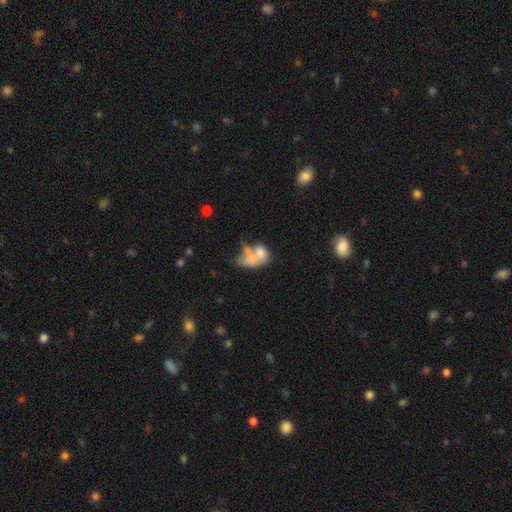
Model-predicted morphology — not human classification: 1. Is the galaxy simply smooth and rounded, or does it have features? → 64% smooth, 26% featured or disk, 10% star or artifact.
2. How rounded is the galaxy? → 80% in between, 18% round, 3% cigar-shaped.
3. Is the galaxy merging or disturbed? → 59% merger, 18% none, 13% major disturbance, 10% minor disturbance.